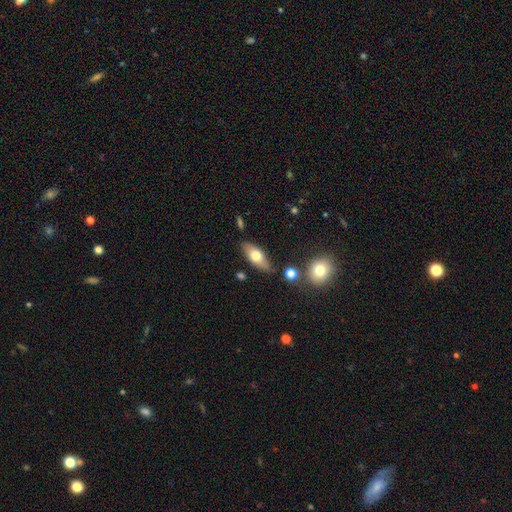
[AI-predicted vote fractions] A smooth galaxy with no disk features (65%) that is in between round and cigar-shaped (76%).

Vote fractions:
- Smooth or featured? smooth: 65% / featured or disk: 28% / star or artifact: 6%
- How rounded? in between: 76% / cigar-shaped: 20% / round: 4%
- Merging? none: 79% / minor disturbance: 14% / merger: 5% / major disturbance: 3%